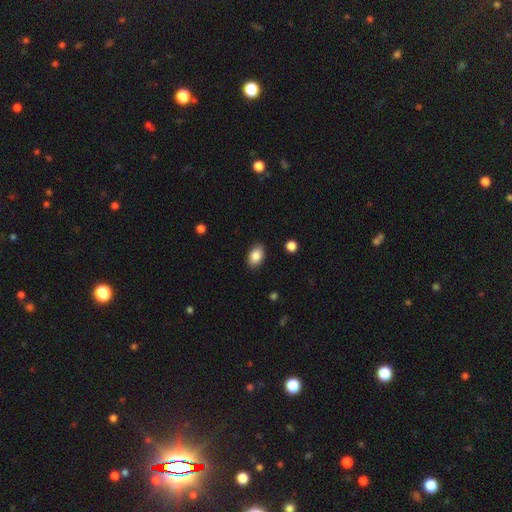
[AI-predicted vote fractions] Q: Smooth or featured?
A: smooth (87%); runner-up: star or artifact (7%)
Q: How rounded?
A: in between (87%); runner-up: round (12%)
Q: Merging?
A: none (87%); runner-up: minor disturbance (9%)